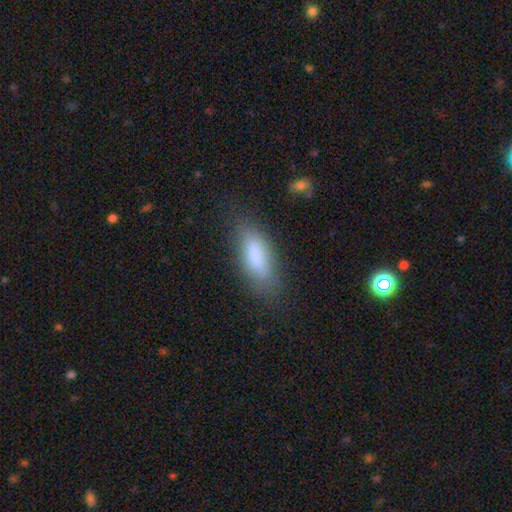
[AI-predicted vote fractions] Morphology: type=smooth (82%); roundness=in between (68%); merging=none (74%).